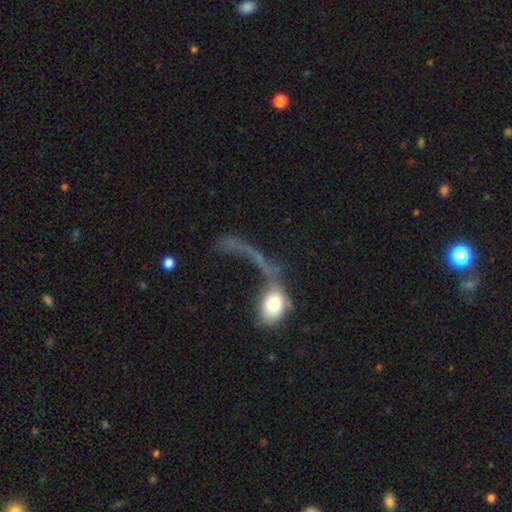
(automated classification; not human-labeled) A smooth galaxy with no disk features (54%) that is in between round and cigar-shaped (48%). Merging: major disturbance (48%).